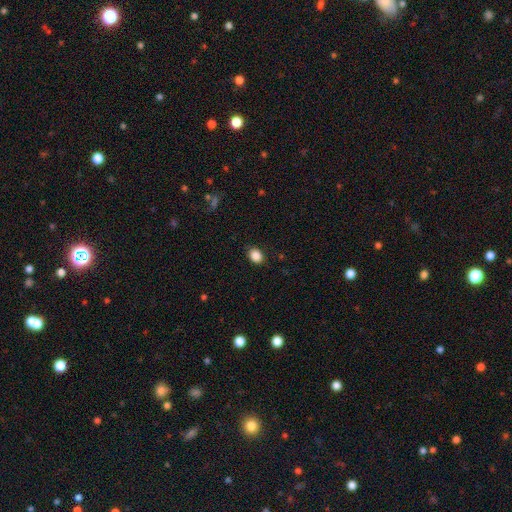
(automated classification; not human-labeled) Q: Smooth or featured?
A: smooth (87%); runner-up: star or artifact (9%)
Q: How rounded?
A: in between (61%); runner-up: round (38%)
Q: Merging?
A: none (85%); runner-up: minor disturbance (11%)